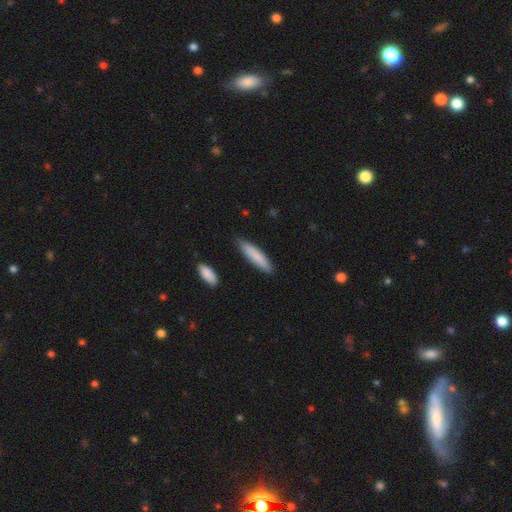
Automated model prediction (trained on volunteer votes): This is clearly a smooth galaxy (84%). How rounded: likely cigar-shaped (80%). Merging: clearly none (85%).